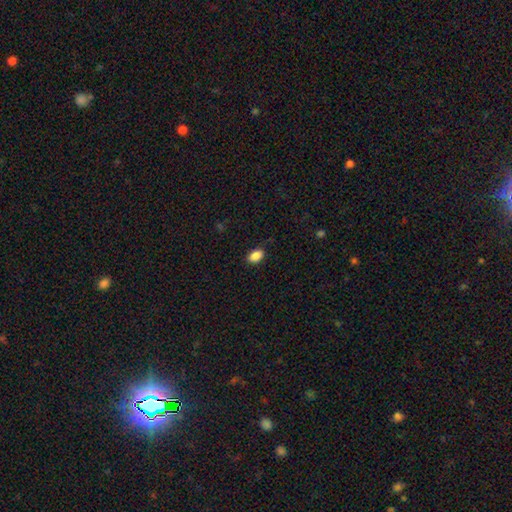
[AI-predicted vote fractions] smooth_or_featured: smooth (p=0.88) [alt: star or artifact p=0.08]
how_rounded: in between (p=0.90) [alt: round p=0.08]
merging: none (p=0.85) [alt: minor disturbance p=0.11]